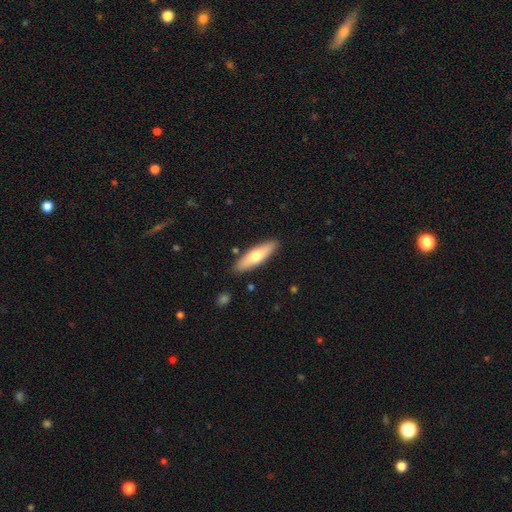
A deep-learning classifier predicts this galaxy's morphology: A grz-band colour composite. It shows a smooth galaxy with no disk features (63%) that is cigar-shaped (59%). Merging: none (87%).